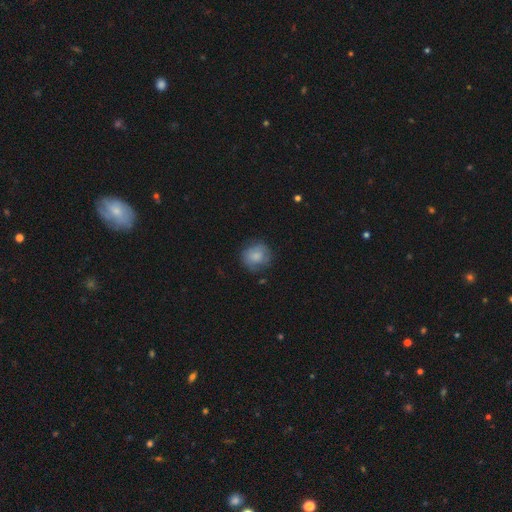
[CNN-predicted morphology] This is likely a smooth galaxy (78%). How rounded: clearly round (86%). Merging: likely none (71%).